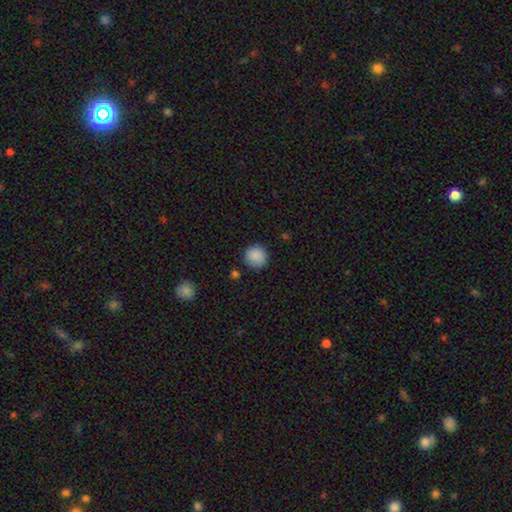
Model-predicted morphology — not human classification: smooth_or_featured: smooth (p=0.89) [alt: star or artifact p=0.08]
how_rounded: round (p=0.94) [alt: in between p=0.05]
merging: none (p=0.88) [alt: minor disturbance p=0.08]